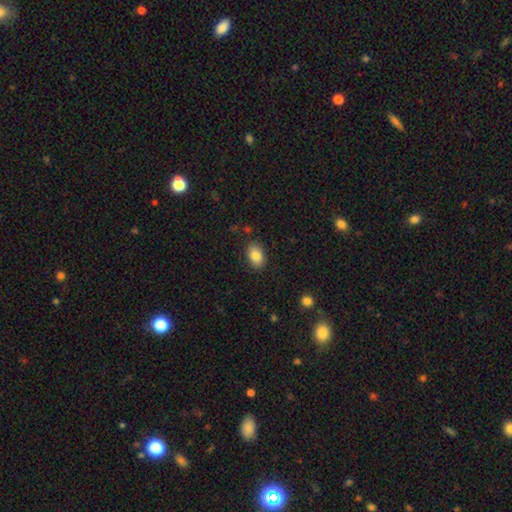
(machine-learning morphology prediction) The model was most divided on "how rounded": in between: 85%, round: 14%, cigar-shaped: 1%. More confident: merging — none (86%); smooth or featured — smooth (84%).